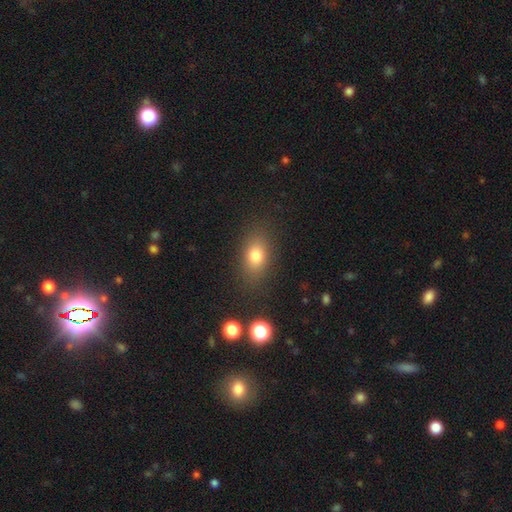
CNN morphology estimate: type=smooth (77%); roundness=in between (78%); merging=none (83%).